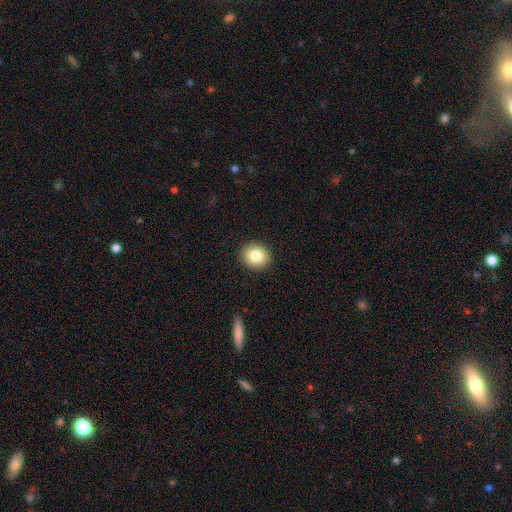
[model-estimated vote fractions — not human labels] The model was most divided on "how rounded": round: 82%, in between: 17%, cigar-shaped: 1%. More confident: merging — none (92%); smooth or featured — smooth (83%).